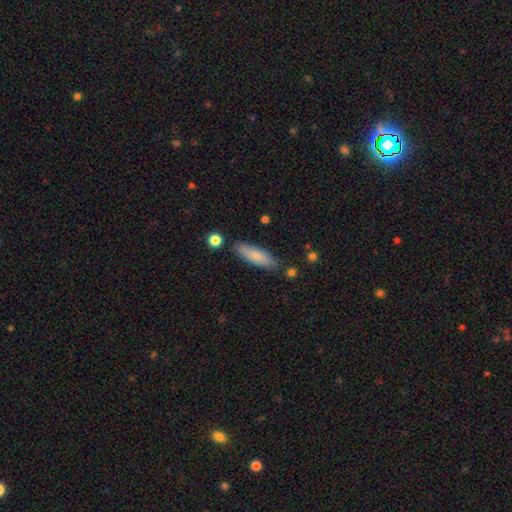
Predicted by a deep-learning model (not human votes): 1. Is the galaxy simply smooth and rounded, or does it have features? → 78% smooth, 16% featured or disk, 6% star or artifact.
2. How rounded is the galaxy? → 54% cigar-shaped, 44% in between, 2% round.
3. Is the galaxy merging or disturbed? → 81% none, 13% minor disturbance, 3% merger, 2% major disturbance.